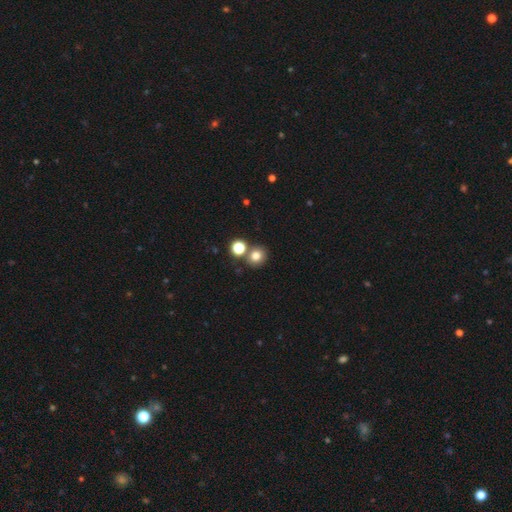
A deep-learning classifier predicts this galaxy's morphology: Q: Smooth or featured?
A: smooth (77%); runner-up: star or artifact (15%)
Q: How rounded?
A: round (81%); runner-up: in between (18%)
Q: Merging?
A: none (71%); runner-up: merger (18%)